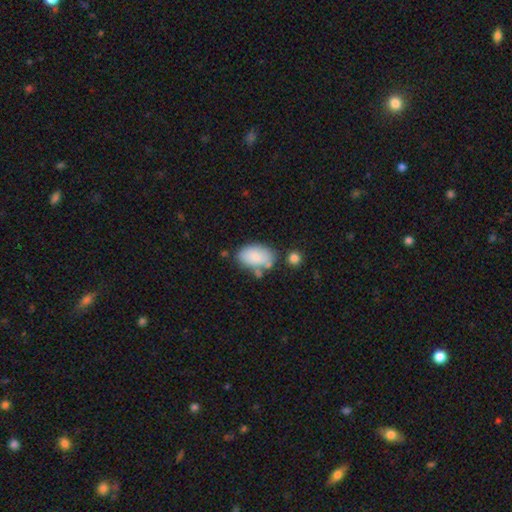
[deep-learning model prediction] smooth-or-featured: smooth: 81% | featured or disk: 12% | star or artifact: 7%
  how-rounded: in between: 92% | round: 7% | cigar-shaped: 1%
  merging: none: 59% | minor disturbance: 23% | merger: 12% | major disturbance: 6%